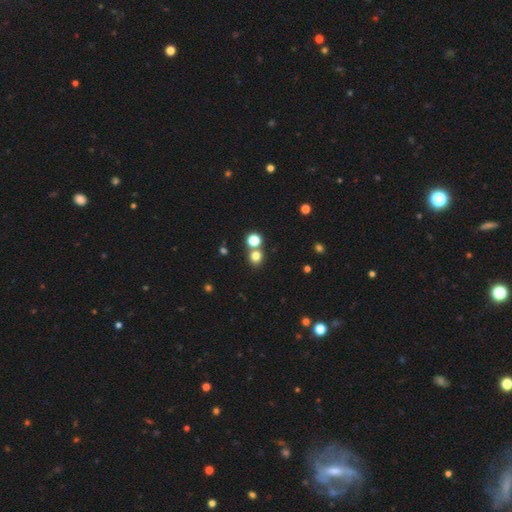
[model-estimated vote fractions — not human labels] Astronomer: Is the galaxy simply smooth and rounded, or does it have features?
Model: smooth — 76%.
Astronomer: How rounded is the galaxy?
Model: round — 83%.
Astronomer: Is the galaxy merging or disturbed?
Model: none — 66%.